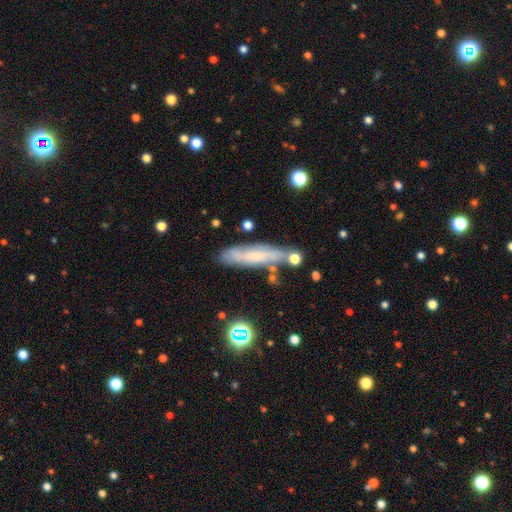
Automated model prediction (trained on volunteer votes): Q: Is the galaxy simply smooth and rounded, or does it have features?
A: smooth — 49%.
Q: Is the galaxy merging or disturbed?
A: none — 72%.